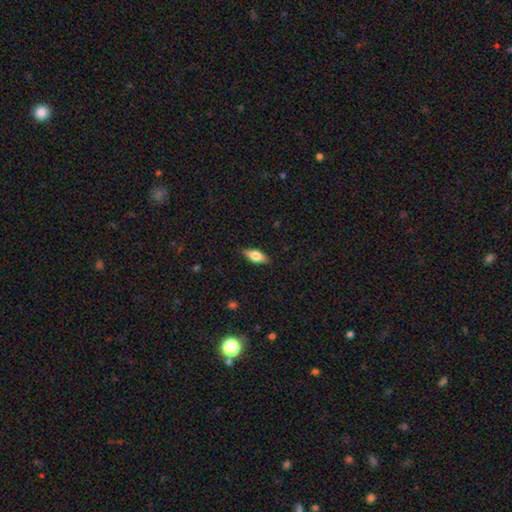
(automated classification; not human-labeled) Morphology: type=smooth (70%); roundness=in between (77%); merging=none (86%).